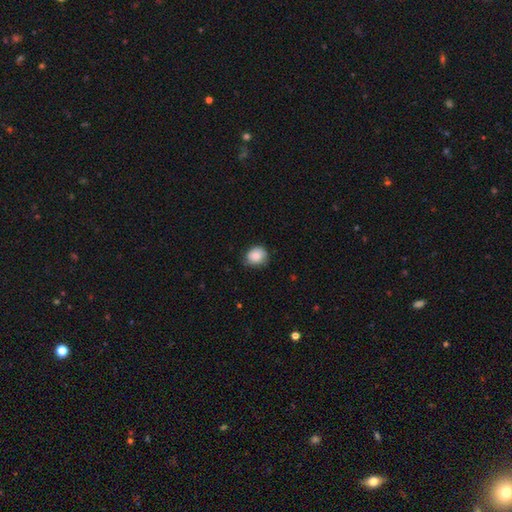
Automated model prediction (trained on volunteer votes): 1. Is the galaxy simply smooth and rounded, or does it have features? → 81% smooth, 11% featured or disk, 8% star or artifact.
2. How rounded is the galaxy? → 75% round, 24% in between, 1% cigar-shaped.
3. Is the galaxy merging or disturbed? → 72% none, 23% minor disturbance, 4% major disturbance, 1% merger.